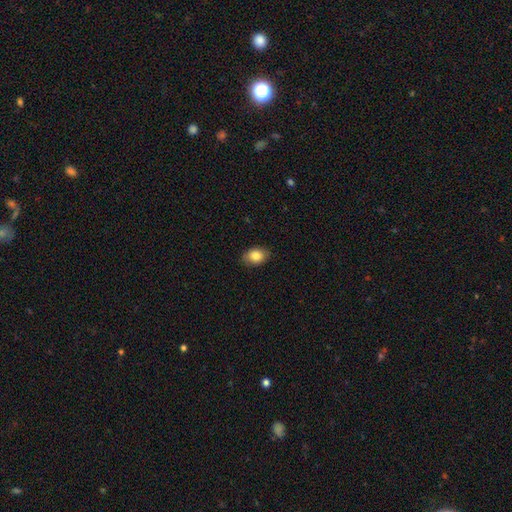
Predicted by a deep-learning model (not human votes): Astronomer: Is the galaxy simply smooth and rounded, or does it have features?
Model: smooth — 83%.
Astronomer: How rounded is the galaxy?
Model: in between — 76%.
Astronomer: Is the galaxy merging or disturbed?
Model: none — 82%.